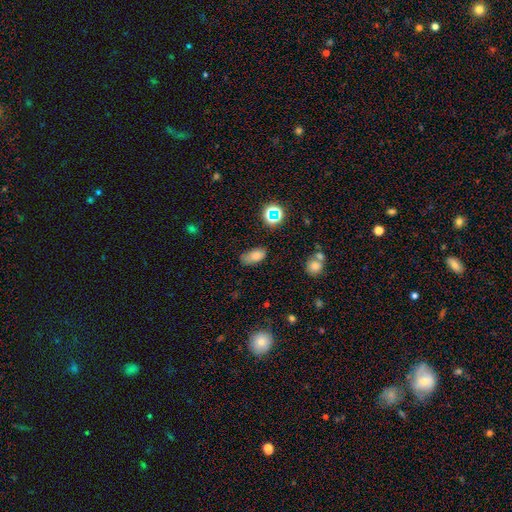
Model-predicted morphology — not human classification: smooth_or_featured: smooth (p=0.78) [alt: star or artifact p=0.14]
how_rounded: in between (p=0.90) [alt: round p=0.06]
merging: none (p=0.60) [alt: minor disturbance p=0.28]